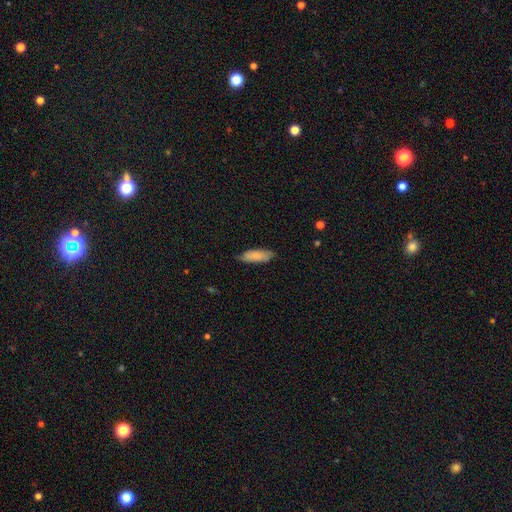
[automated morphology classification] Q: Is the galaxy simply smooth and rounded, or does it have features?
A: smooth — 79%.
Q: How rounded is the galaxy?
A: in between — 59%.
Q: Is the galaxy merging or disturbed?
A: none — 74%.